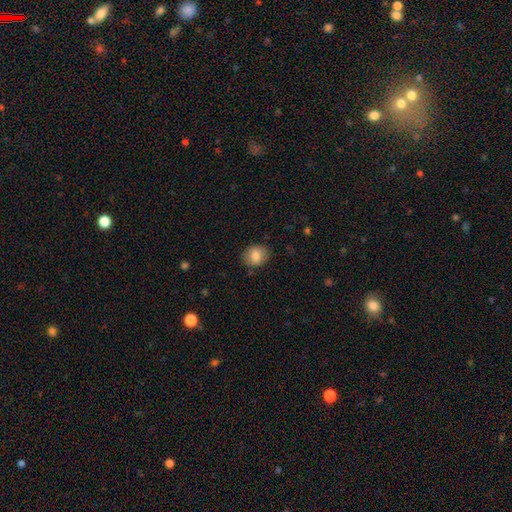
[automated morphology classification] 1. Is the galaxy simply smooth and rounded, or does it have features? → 82% smooth, 9% featured or disk, 8% star or artifact.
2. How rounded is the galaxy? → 66% round, 33% in between, 1% cigar-shaped.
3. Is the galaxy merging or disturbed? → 85% none, 11% minor disturbance, 3% major disturbance, 1% merger.